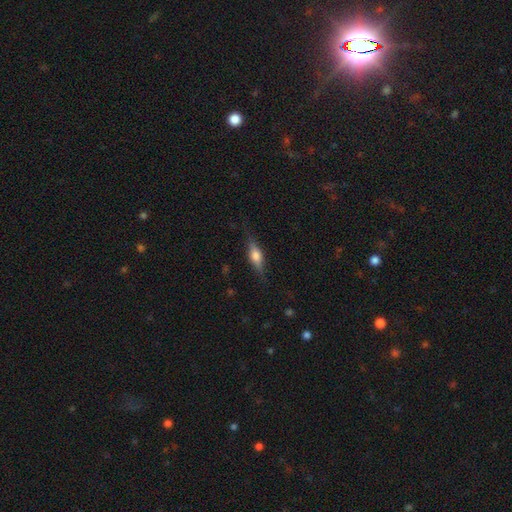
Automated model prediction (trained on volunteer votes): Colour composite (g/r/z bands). It shows a smooth galaxy with no disk features (49%). Merging: none (79%).